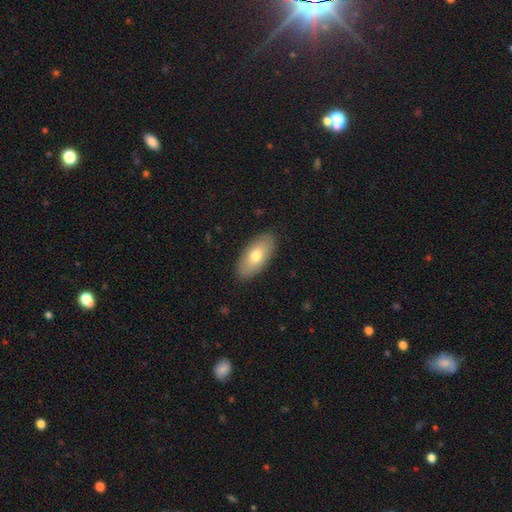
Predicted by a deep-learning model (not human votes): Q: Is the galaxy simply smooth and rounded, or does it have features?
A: smooth — 72%.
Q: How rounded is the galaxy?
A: in between — 91%.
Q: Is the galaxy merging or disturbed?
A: none — 88%.